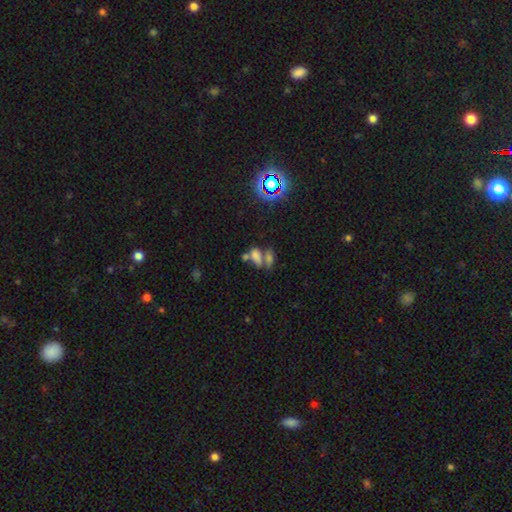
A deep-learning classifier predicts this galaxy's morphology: The model was most divided on "merging": merger: 56%, none: 26%, minor disturbance: 10%, major disturbance: 8%. More confident: how rounded — in between (79%); smooth or featured — smooth (64%).